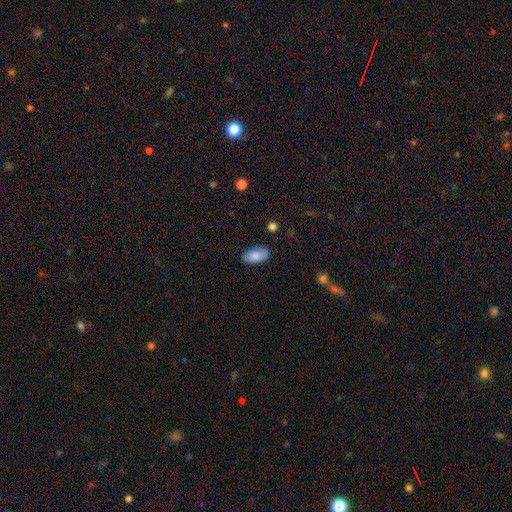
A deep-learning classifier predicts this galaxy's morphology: type=smooth (81%); roundness=in between (94%); merging=none (79%).